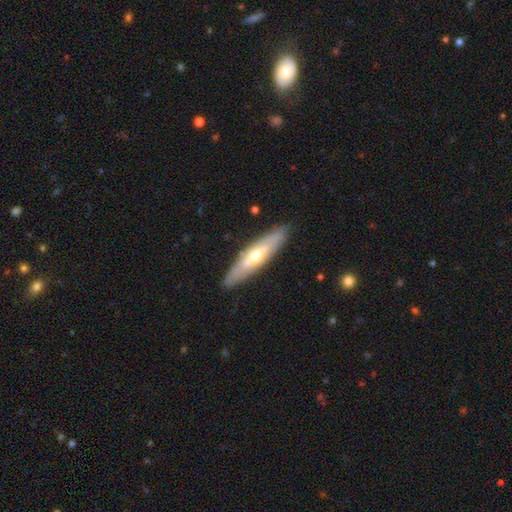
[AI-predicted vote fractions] Smooth or featured? featured or disk (58%)
Edge-on disk? yes (65%)
Merging? none (87%)